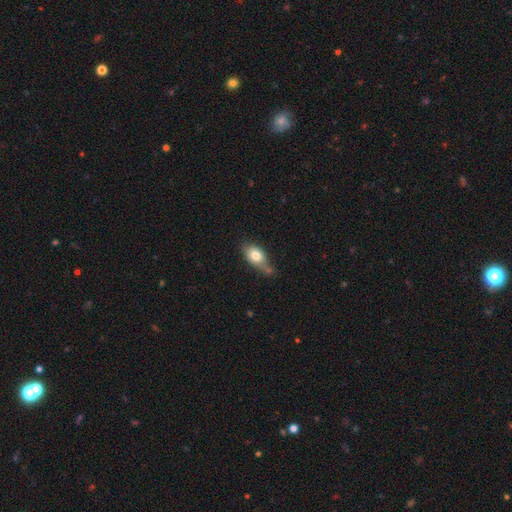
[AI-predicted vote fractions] Q: Smooth or featured?
A: smooth (76%); runner-up: featured or disk (16%)
Q: How rounded?
A: in between (83%); runner-up: round (13%)
Q: Merging?
A: none (41%); runner-up: minor disturbance (29%)